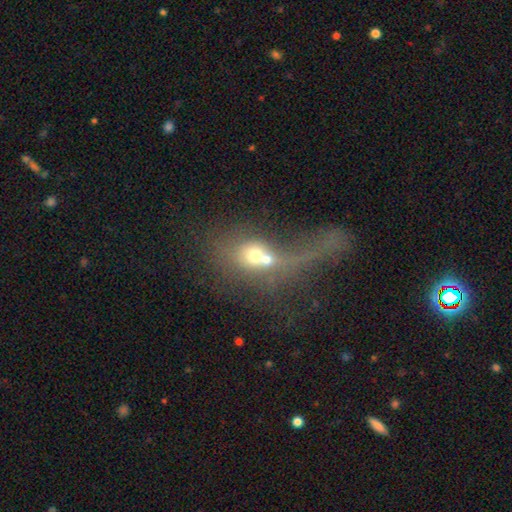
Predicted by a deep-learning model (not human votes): The model was most divided on "how rounded": round: 57%, in between: 38%, cigar-shaped: 5%. More confident: merging — merger (66%); smooth or featured — smooth (53%).